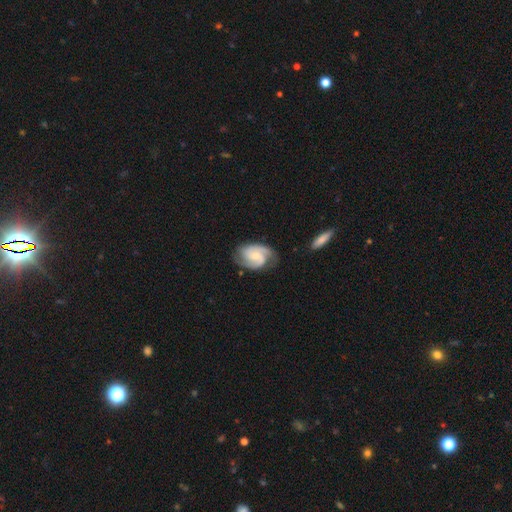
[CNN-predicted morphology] A featured or disk galaxy (85%) with no bar (51%), 2 (80%) medium (48%) spiral arms (97%) and a small central bulge (56%).

Vote fractions:
- Smooth or featured? featured or disk: 85% / smooth: 10% / star or artifact: 5%
- Edge-on disk? no: 97% / yes: 3%
- Bar? no: 51% / weak: 39% / strong: 9%
- Spiral arms? yes: 97% / no: 3%
- Spiral winding? medium: 48% / tight: 39% / loose: 13%
- Spiral arm count? 2: 80% / 3: 9% / can't tell: 6% / 1: 2% / 4: 2% / more than 4: 1%
- Bulge size? small: 56% / moderate: 35% / none: 6% / large: 2% / dominant: 1%
- Merging? none: 74% / minor disturbance: 18% / major disturbance: 6% / merger: 2%